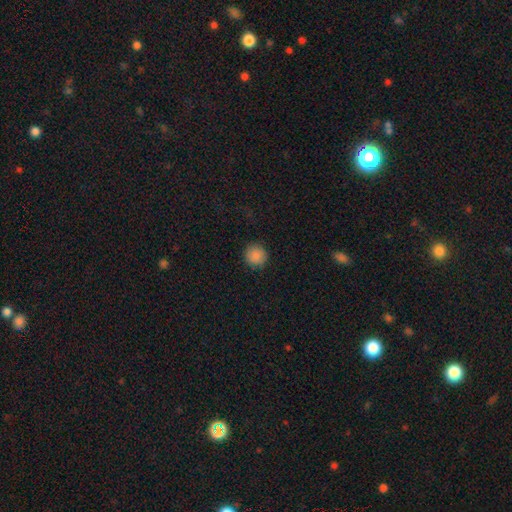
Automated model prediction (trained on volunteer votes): This is clearly a smooth galaxy (88%). How rounded: clearly round (94%). Merging: clearly none (91%).